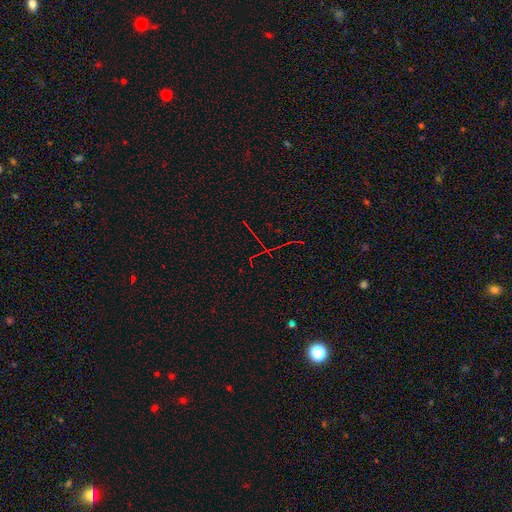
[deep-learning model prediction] Morphology: type=star or artifact (78%).